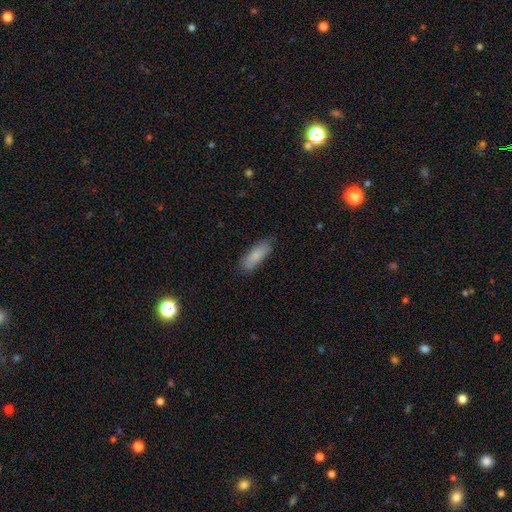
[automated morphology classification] A smooth galaxy with no disk features (85%) that is in between round and cigar-shaped (60%).

Vote fractions:
- Smooth or featured? smooth: 85% / featured or disk: 9% / star or artifact: 6%
- How rounded? in between: 60% / cigar-shaped: 39% / round: 2%
- Merging? none: 79% / minor disturbance: 17% / major disturbance: 3% / merger: 1%